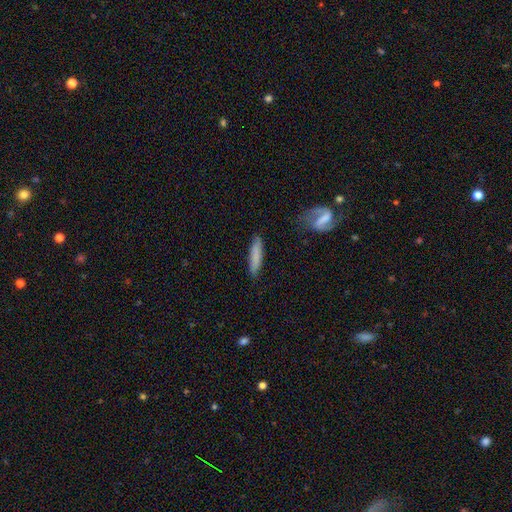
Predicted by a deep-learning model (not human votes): Morphology: type=smooth (77%); roundness=cigar-shaped (84%); merging=none (83%).